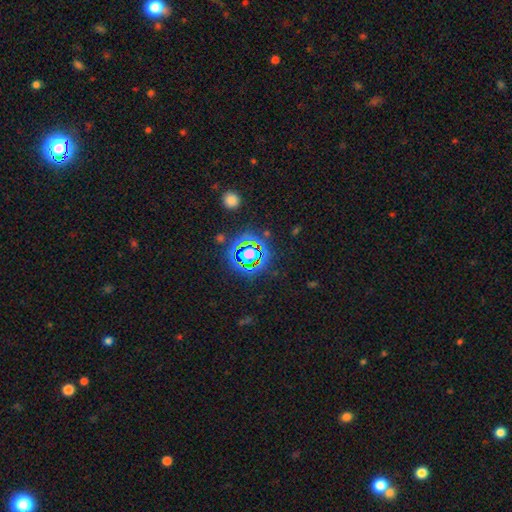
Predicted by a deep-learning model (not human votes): Smooth or featured?
  - star or artifact: 80% *
  - smooth: 13%
  - featured or disk: 8%